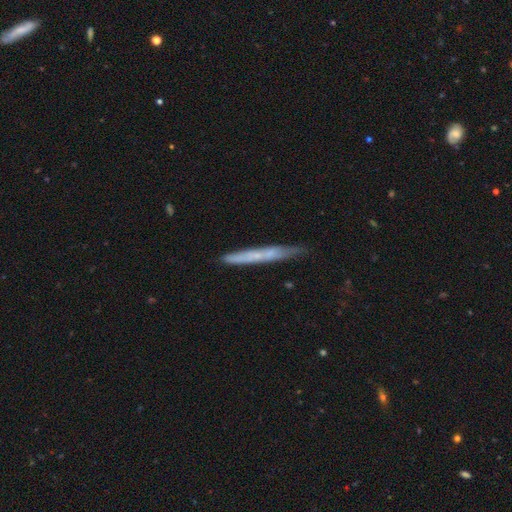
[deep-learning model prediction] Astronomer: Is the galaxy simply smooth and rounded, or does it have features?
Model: smooth — 50% (runner-up: featured or disk, 43%).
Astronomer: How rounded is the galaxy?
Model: cigar-shaped — 96%.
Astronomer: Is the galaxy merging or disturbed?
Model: none — 78%.